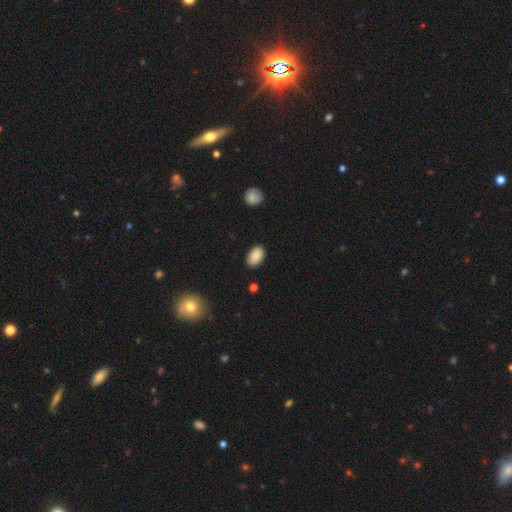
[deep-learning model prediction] The model was most divided on "merging": none: 84%, minor disturbance: 12%, major disturbance: 2%, merger: 1%. More confident: how rounded — in between (91%); smooth or featured — smooth (88%).